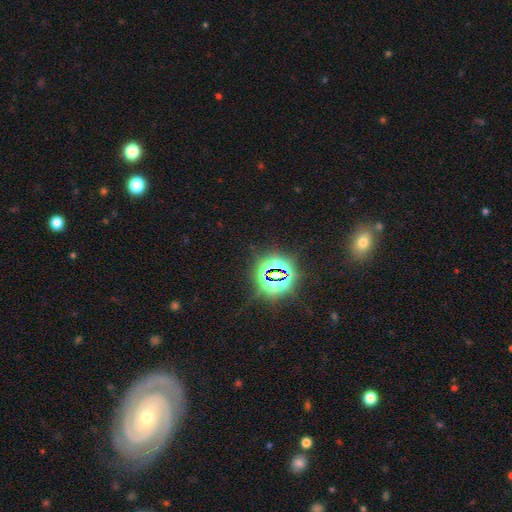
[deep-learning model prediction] A star or artifact, not a galaxy (43%).